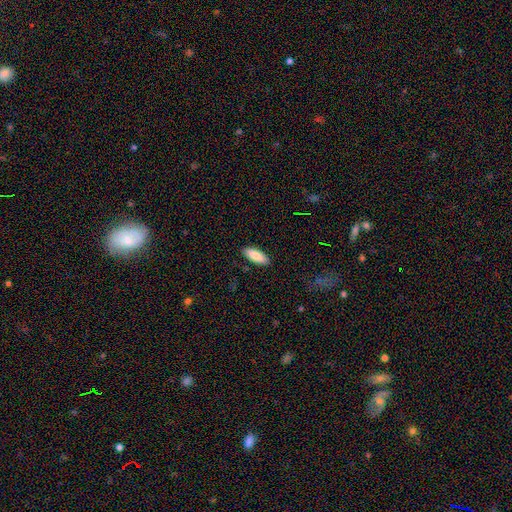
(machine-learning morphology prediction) Smooth or featured?
  - smooth: 84% *
  - featured or disk: 10%
  - star or artifact: 6%
How rounded?
  - in between: 77% *
  - cigar-shaped: 21%
  - round: 2%
Merging?
  - none: 89% *
  - minor disturbance: 8%
  - major disturbance: 2%
  - merger: 1%